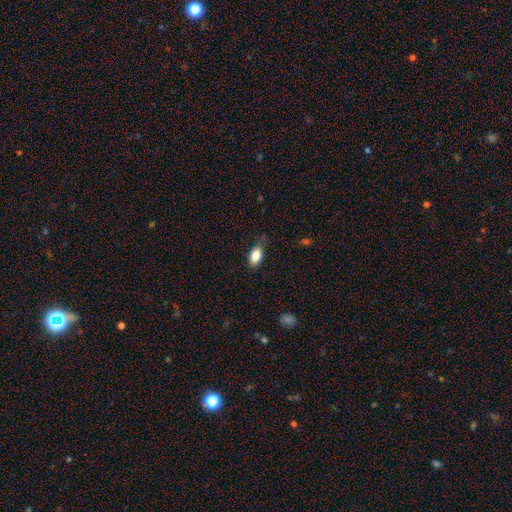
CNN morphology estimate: This appears to be a smooth galaxy with no disk features (84%) that is in between round and cigar-shaped (90%). Merging: none (72%).